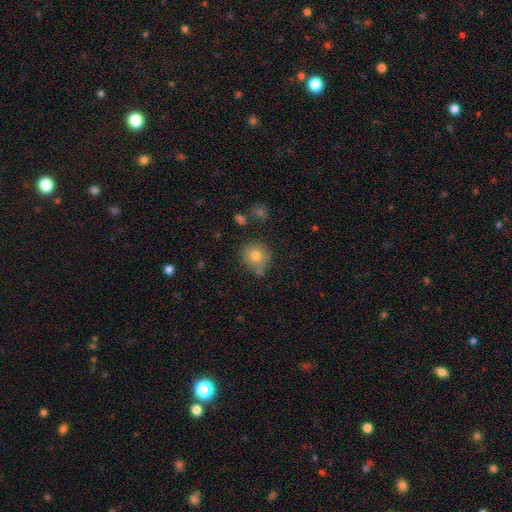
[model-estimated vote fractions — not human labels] This is likely a smooth galaxy (77%). How rounded: clearly round (90%). Merging: likely none (71%).